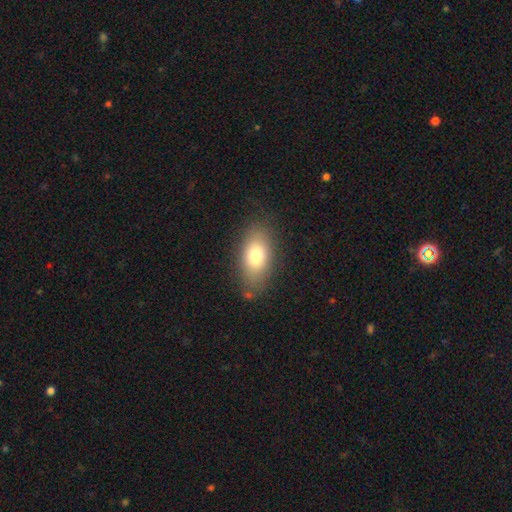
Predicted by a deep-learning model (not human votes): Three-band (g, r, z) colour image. It shows a smooth galaxy with no disk features (76%) that is in between round and cigar-shaped (87%). Merging: none (79%).